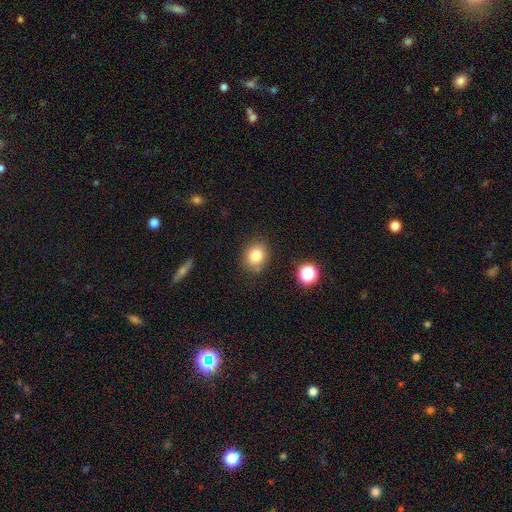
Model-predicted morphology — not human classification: Smooth or featured? smooth (81%)
How rounded? round (68%)
Merging? none (82%)